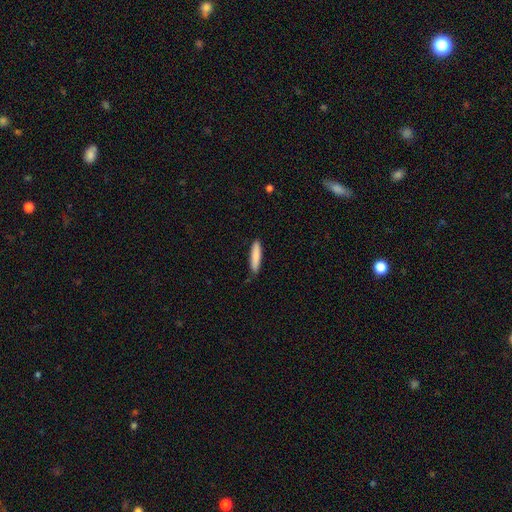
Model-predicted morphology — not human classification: A smooth galaxy with no disk features (85%) that is cigar-shaped (84%).

Vote fractions:
- Smooth or featured? smooth: 85% / featured or disk: 9% / star or artifact: 6%
- How rounded? cigar-shaped: 84% / in between: 15% / round: 1%
- Merging? none: 86% / minor disturbance: 11% / major disturbance: 2% / merger: 1%